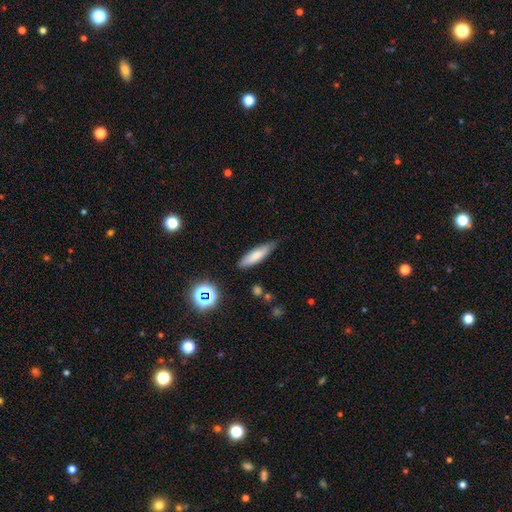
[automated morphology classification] Smooth or featured?
  - smooth: 74% *
  - featured or disk: 17%
  - star or artifact: 9%
How rounded?
  - cigar-shaped: 66% *
  - in between: 32%
  - round: 2%
Merging?
  - none: 77% *
  - minor disturbance: 18%
  - major disturbance: 3%
  - merger: 2%